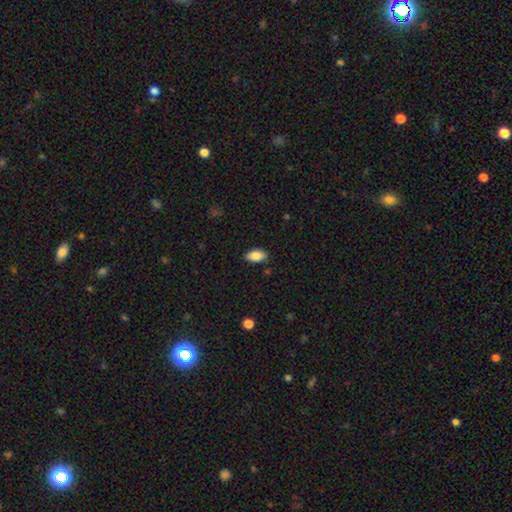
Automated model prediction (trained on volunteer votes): smooth 86%, star or artifact 7%, featured or disk 7%. Down the decision tree: how rounded — in between (93%); merging — none (87%).